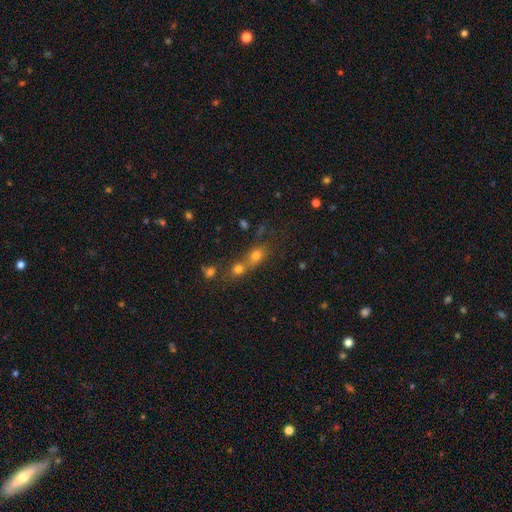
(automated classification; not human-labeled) Smooth or featured?
  - smooth: 62% *
  - star or artifact: 22%
  - featured or disk: 15%
How rounded?
  - round: 60% *
  - in between: 34%
  - cigar-shaped: 5%
Merging?
  - merger: 63% *
  - none: 27%
  - minor disturbance: 6%
  - major disturbance: 4%